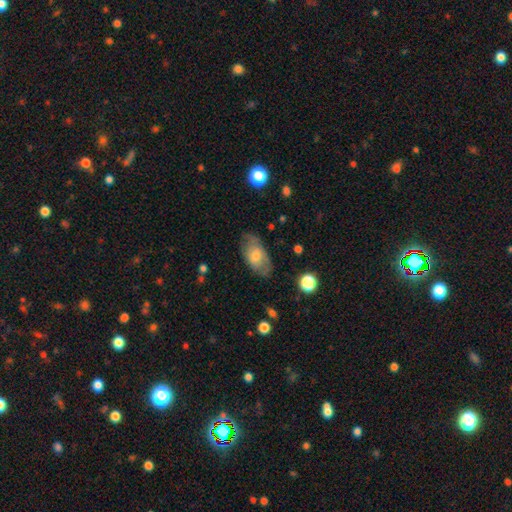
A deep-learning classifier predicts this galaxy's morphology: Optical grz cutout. It shows a smooth galaxy with no disk features (55%) that is in between round and cigar-shaped (90%). Merging: none (70%).